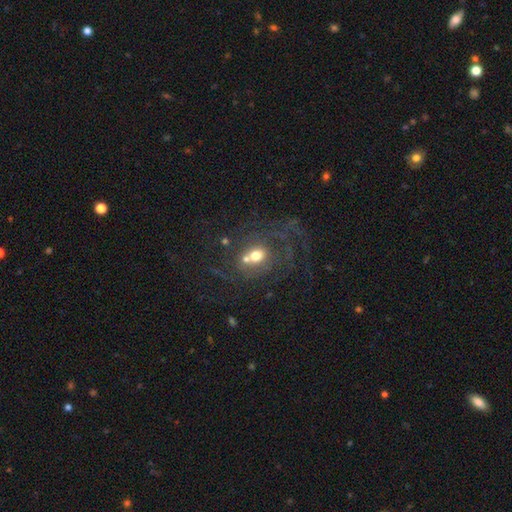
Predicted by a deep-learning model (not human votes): This is possibly a featured or disk galaxy (47%). Merging: marginally none (44%).